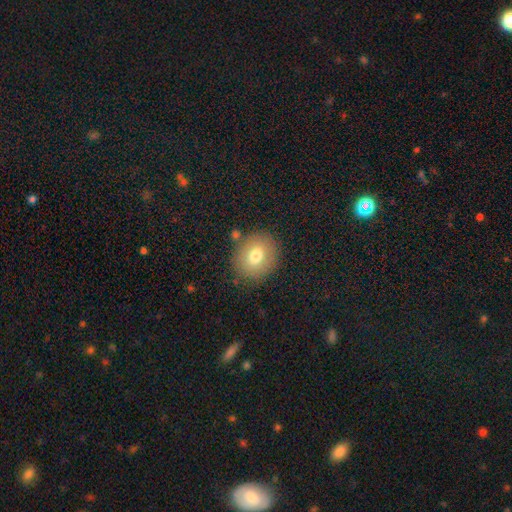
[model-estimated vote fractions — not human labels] Smooth or featured? smooth (72%)
How rounded? round (66%)
Merging? none (82%)